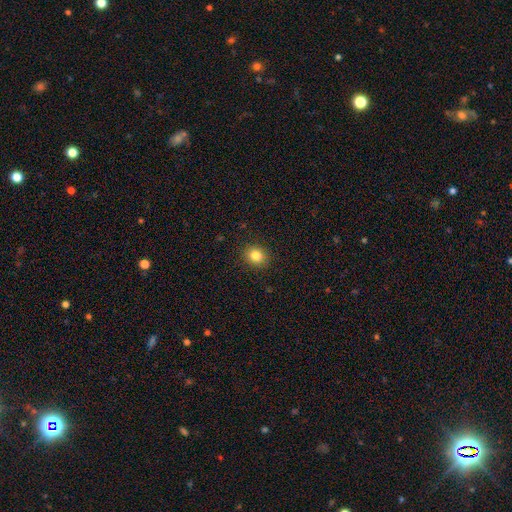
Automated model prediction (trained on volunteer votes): A smooth galaxy with no disk features (83%) that is round (71%).

Vote fractions:
- Smooth or featured? smooth: 83% / star or artifact: 11% / featured or disk: 6%
- How rounded? round: 71% / in between: 28% / cigar-shaped: 1%
- Merging? none: 89% / minor disturbance: 7% / major disturbance: 2% / merger: 1%